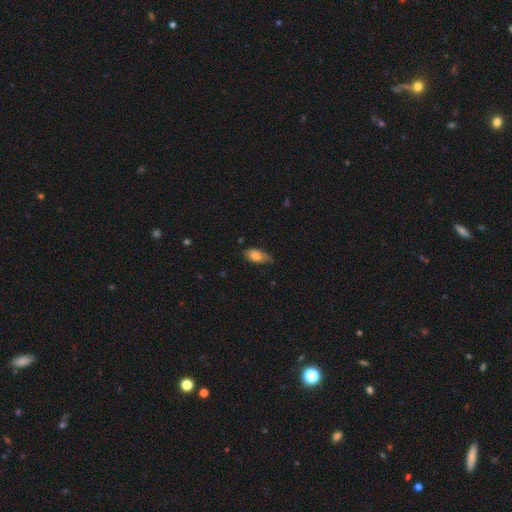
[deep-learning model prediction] smooth-or-featured: smooth: 76% | featured or disk: 16% | star or artifact: 7%
  how-rounded: in between: 89% | cigar-shaped: 7% | round: 5%
  merging: none: 52% | minor disturbance: 37% | major disturbance: 9% | merger: 2%